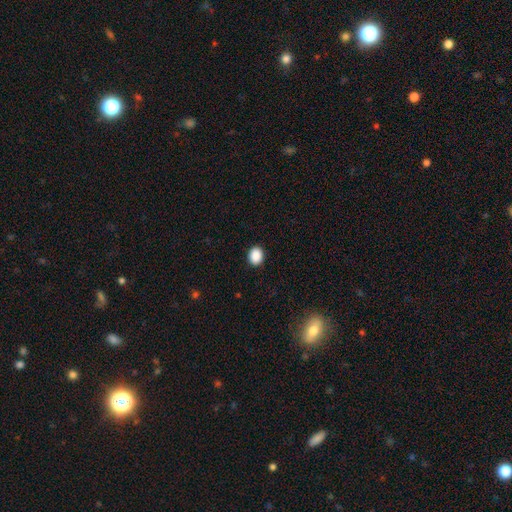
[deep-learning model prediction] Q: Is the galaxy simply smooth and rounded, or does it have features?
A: smooth — 90%.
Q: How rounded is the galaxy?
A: round — 55%.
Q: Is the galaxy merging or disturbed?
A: none — 91%.